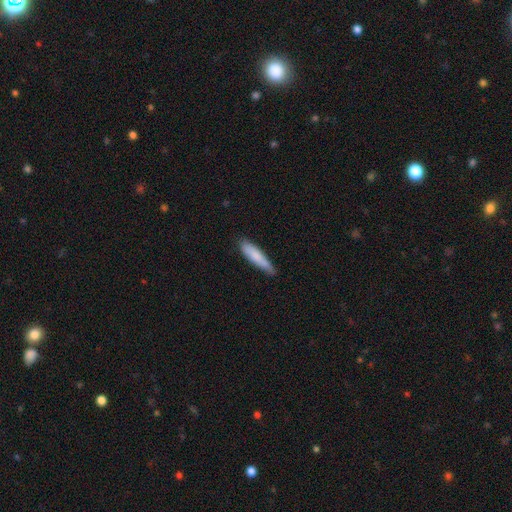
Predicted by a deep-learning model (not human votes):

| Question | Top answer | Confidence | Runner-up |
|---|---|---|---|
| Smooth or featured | smooth | 81% | featured or disk (13%) |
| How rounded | cigar-shaped | 82% | in between (17%) |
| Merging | none | 71% | minor disturbance (24%) |